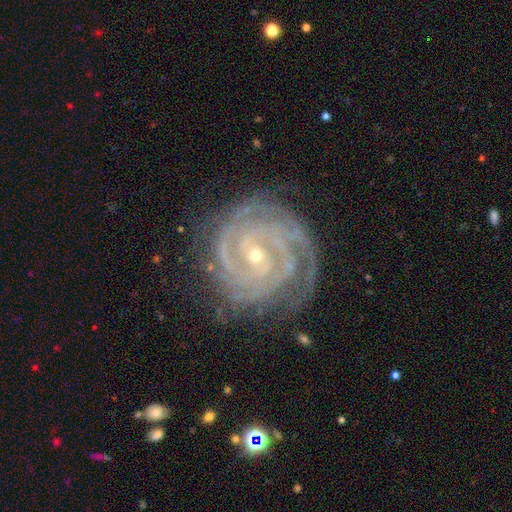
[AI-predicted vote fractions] Smooth or featured: featured or disk — 91% (star or artifact — 5%)
Edge-on disk: no — 97% (yes — 3%)
Bar: no — 56% (weak — 29%)
Spiral arms: yes — 98% (no — 2%)
Spiral winding: tight — 81% (medium — 17%)
Spiral arm count: 3 — 26% (2 — 23%)
Bulge size: small — 73% (moderate — 24%)
Merging: none — 76% (minor disturbance — 17%)